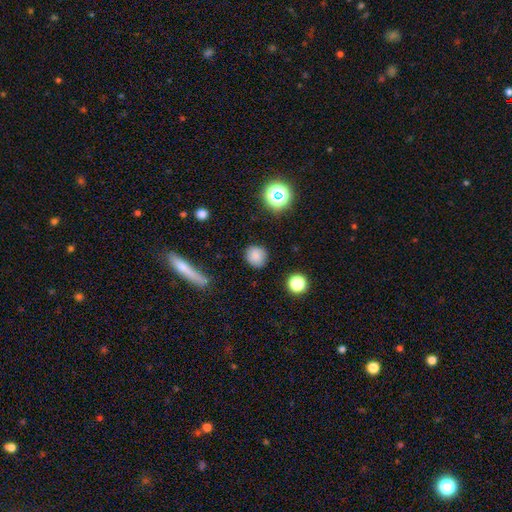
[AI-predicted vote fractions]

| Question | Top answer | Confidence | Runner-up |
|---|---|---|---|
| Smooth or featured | smooth | 83% | star or artifact (12%) |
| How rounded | round | 87% | in between (11%) |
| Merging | none | 86% | minor disturbance (9%) |